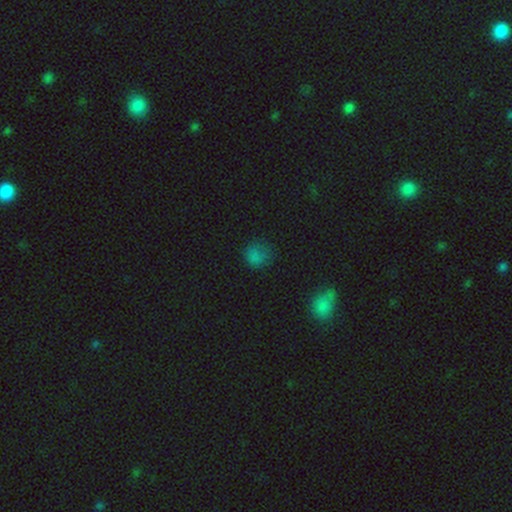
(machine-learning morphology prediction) smooth-or-featured: smooth: 71% | star or artifact: 22% | featured or disk: 7%
  how-rounded: round: 84% | in between: 15% | cigar-shaped: 1%
  merging: none: 71% | minor disturbance: 19% | major disturbance: 8% | merger: 2%